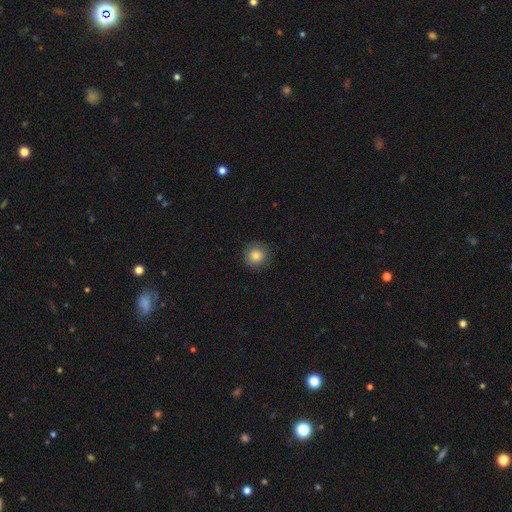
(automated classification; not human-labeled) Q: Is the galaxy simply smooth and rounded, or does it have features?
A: smooth — 82%.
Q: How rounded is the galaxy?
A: round — 94%.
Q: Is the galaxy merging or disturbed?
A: none — 88%.